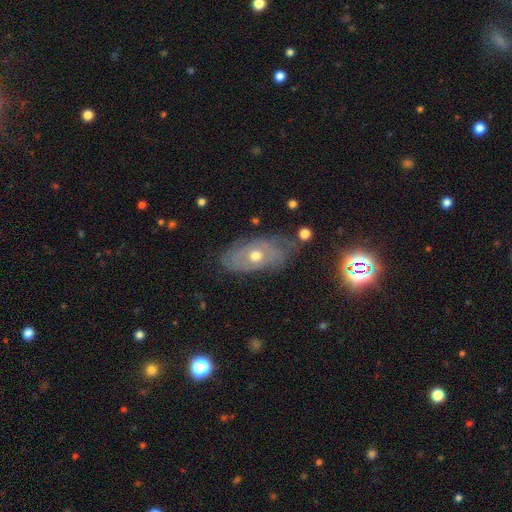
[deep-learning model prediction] Smooth or featured? featured or disk (62%)
Edge-on disk? no (89%)
Bar? no (87%)
Spiral arms? yes (53%)
Bulge size? moderate (73%)
Merging? none (56%)